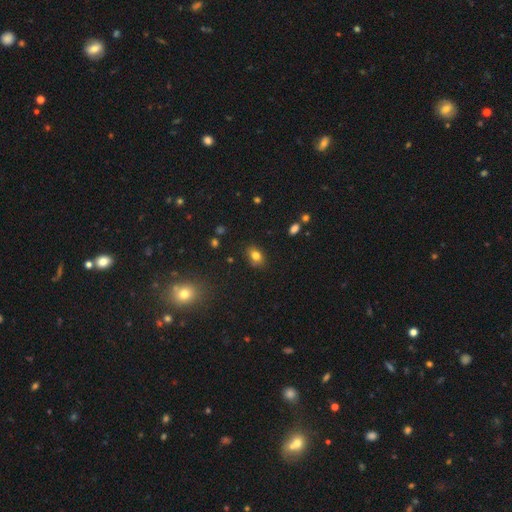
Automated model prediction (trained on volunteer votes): Smooth or featured? smooth (79%)
How rounded? in between (73%)
Merging? none (81%)